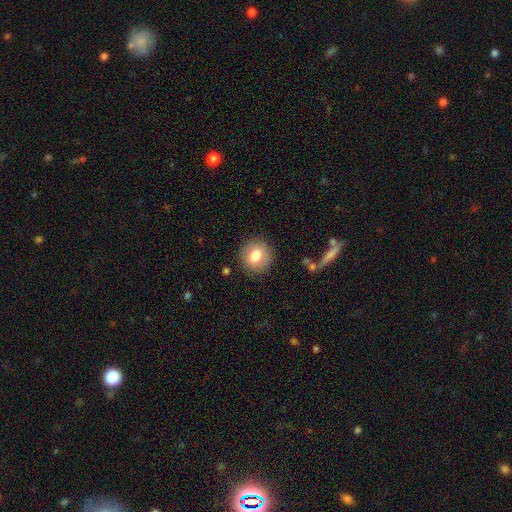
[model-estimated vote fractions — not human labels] Overall: smooth (80%). How rounded: round (87%). Merging: none (87%).